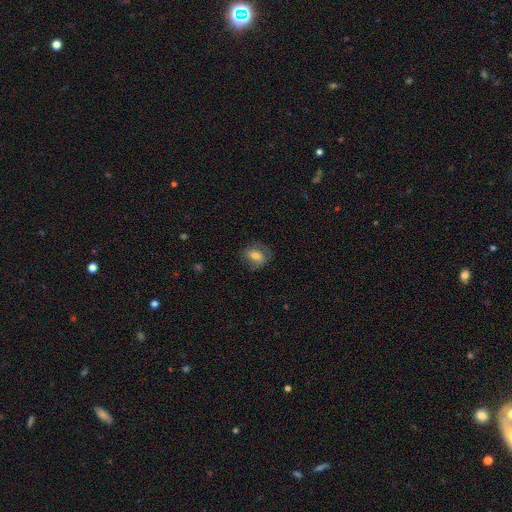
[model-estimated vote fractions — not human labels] Smooth or featured? Predicted: smooth (p=0.61). How rounded? Predicted: in between (p=0.65). Merging? Predicted: none (p=0.68).